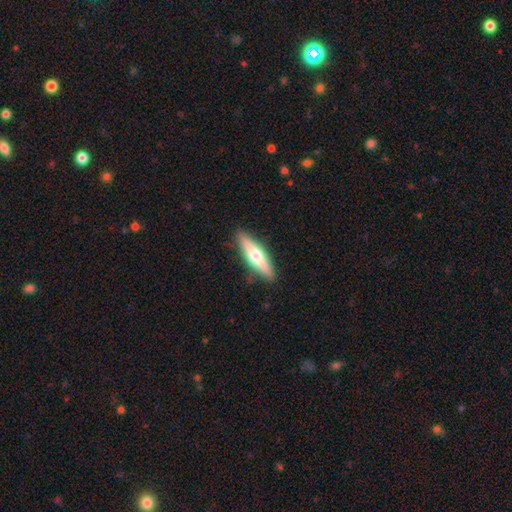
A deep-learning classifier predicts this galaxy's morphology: type=featured or disk (52%); edge-on=yes (93%); merging=none (87%).